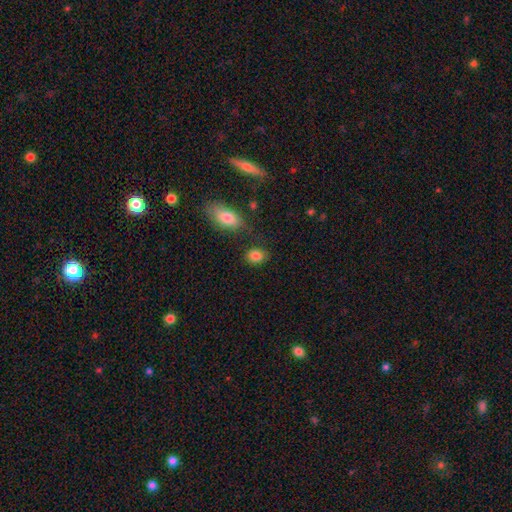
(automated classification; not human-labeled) smooth-or-featured: smooth: 85% | star or artifact: 9% | featured or disk: 6%
  how-rounded: in between: 57% | round: 41% | cigar-shaped: 2%
  merging: none: 79% | minor disturbance: 12% | merger: 6% | major disturbance: 3%